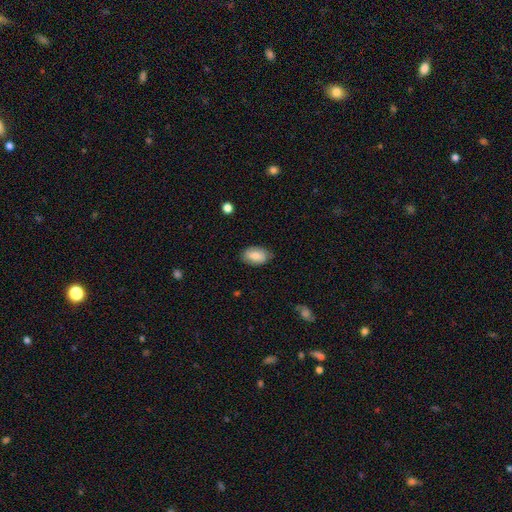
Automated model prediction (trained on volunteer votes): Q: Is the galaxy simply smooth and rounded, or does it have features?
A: smooth — 75%.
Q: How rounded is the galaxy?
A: in between — 90%.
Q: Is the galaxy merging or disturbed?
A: none — 78%.